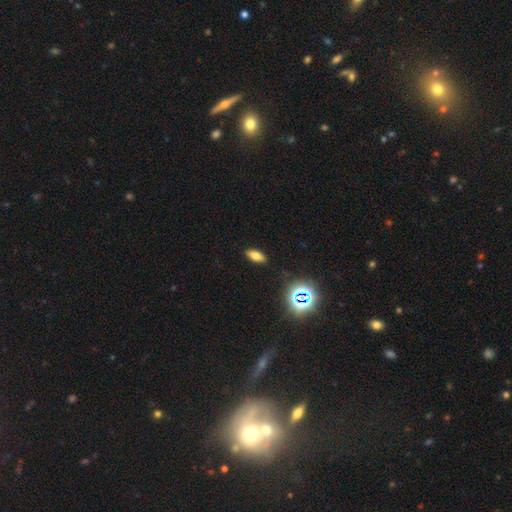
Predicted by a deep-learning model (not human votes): Smooth or featured? Predicted: smooth (p=0.68). How rounded? Predicted: in between (p=0.82). Merging? Predicted: none (p=0.89).